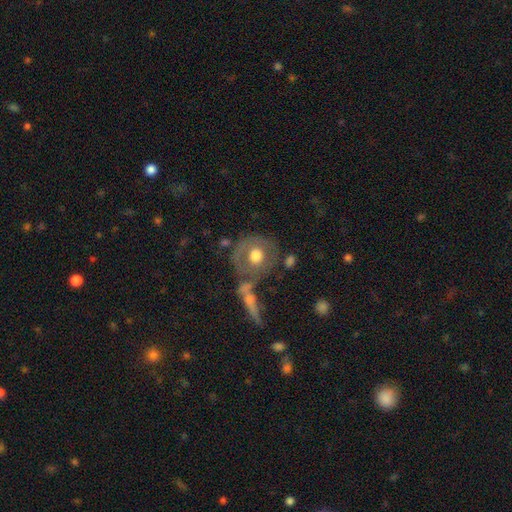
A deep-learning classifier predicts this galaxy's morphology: This appears to be a smooth galaxy with no disk features (50%) that is round (85%). Merging: none (55%).